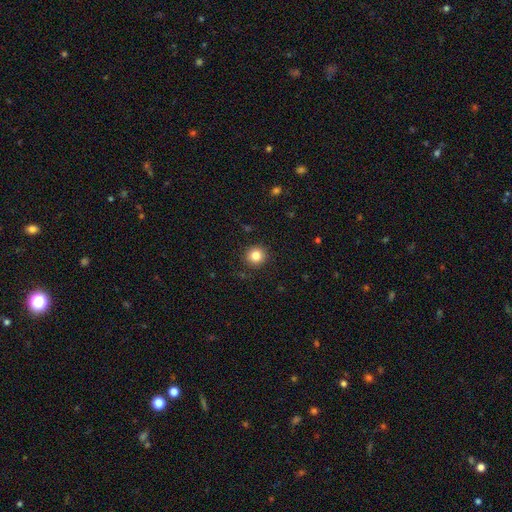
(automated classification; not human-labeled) Smooth or featured: smooth — 84% (star or artifact — 10%)
How rounded: round — 93% (in between — 6%)
Merging: none — 90% (minor disturbance — 6%)